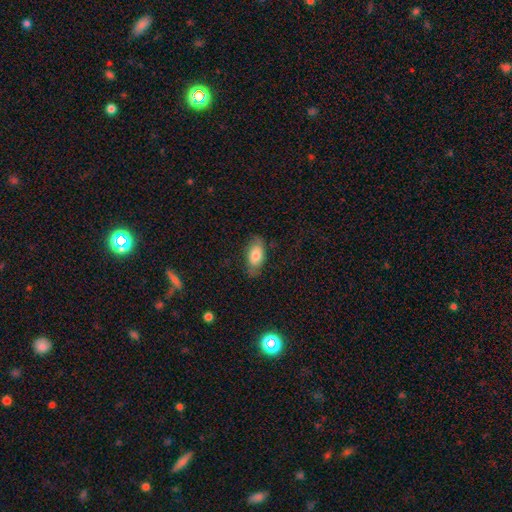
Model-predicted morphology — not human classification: smooth-or-featured: smooth: 68% | featured or disk: 25% | star or artifact: 7%
  how-rounded: in between: 90% | round: 5% | cigar-shaped: 5%
  merging: none: 71% | minor disturbance: 21% | major disturbance: 7% | merger: 1%